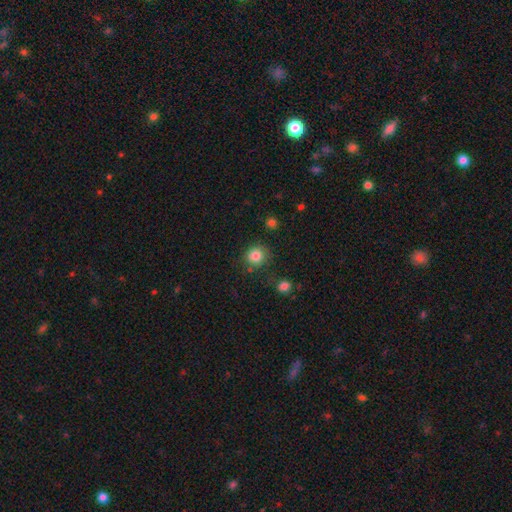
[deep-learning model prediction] This appears to be a smooth galaxy with no disk features (83%) that is round (88%). Merging: none (78%).